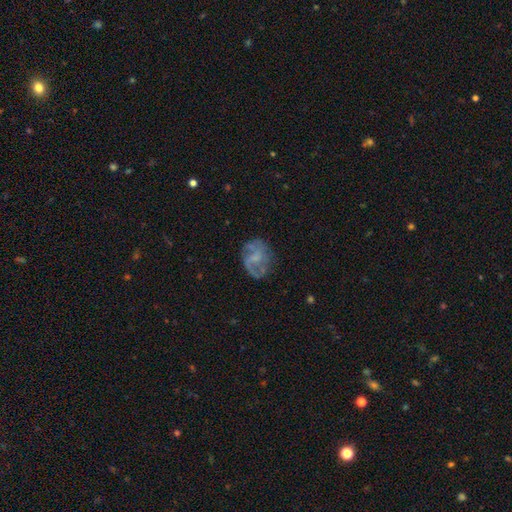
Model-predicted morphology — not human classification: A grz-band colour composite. It shows a featured or disk galaxy (64%) with no bar (53%), spiral arms (74%) and a small central bulge (43%). Merging: none (63%).